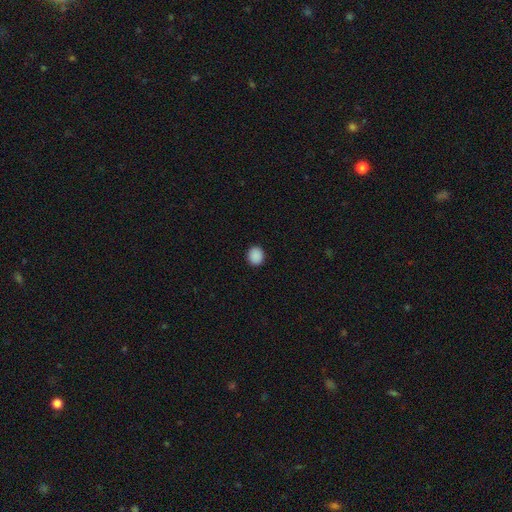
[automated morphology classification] Overall: smooth (89%). How rounded: round (73%). Merging: none (91%).